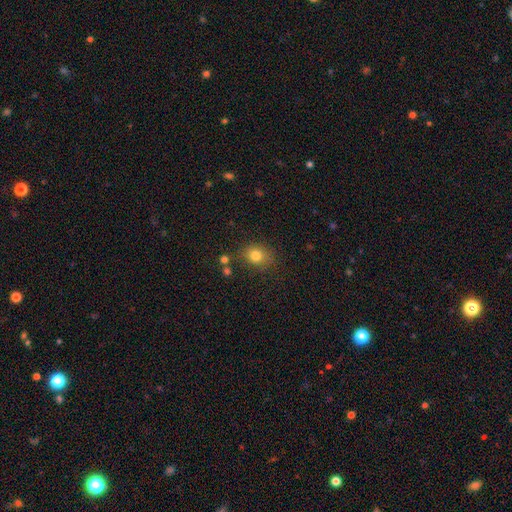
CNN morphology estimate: Q: Smooth or featured?
A: smooth (80%); runner-up: star or artifact (13%)
Q: How rounded?
A: round (64%); runner-up: in between (35%)
Q: Merging?
A: none (77%); runner-up: minor disturbance (14%)